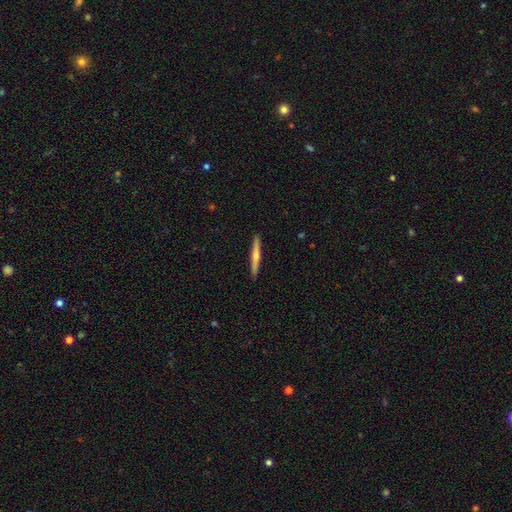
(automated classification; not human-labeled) Overall: smooth (50%; featured or disk 45%). Merging: none (92%).